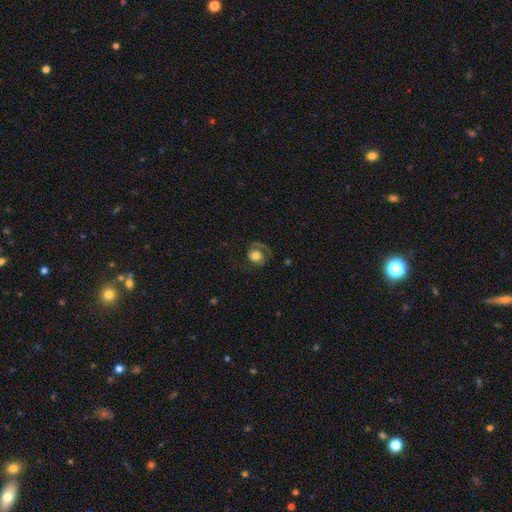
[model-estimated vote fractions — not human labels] Smooth or featured?
  - smooth: 56% *
  - featured or disk: 36%
  - star or artifact: 8%
How rounded?
  - round: 62% *
  - in between: 37%
  - cigar-shaped: 1%
Merging?
  - none: 49% *
  - major disturbance: 29%
  - minor disturbance: 21%
  - merger: 2%